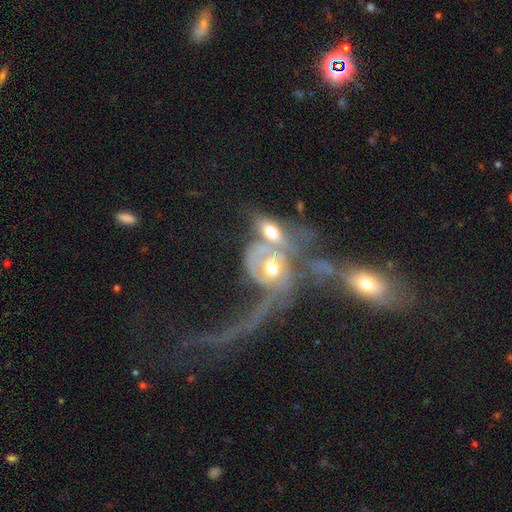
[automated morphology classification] type=featured or disk (68%); edge-on=no (91%); bar=no (67%); spiral arms=yes (70%); bulge=moderate (65%); merging=merger (64%).